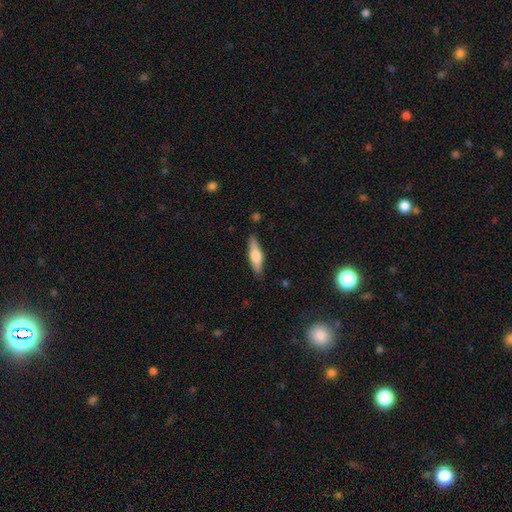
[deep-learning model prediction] A smooth galaxy with no disk features (57%) that is cigar-shaped (59%).

Vote fractions:
- Smooth or featured? smooth: 57% / featured or disk: 37% / star or artifact: 6%
- How rounded? cigar-shaped: 59% / in between: 39% / round: 2%
- Merging? none: 85% / minor disturbance: 11% / major disturbance: 2% / merger: 2%